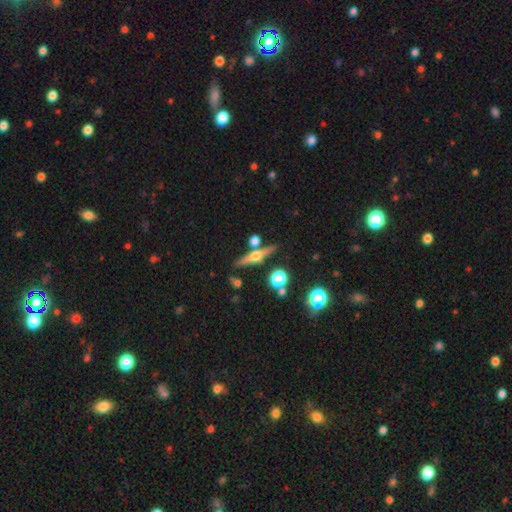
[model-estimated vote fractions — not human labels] The model was most divided on "smooth or featured": featured or disk: 72%, smooth: 20%, star or artifact: 8%. More confident: edge-on disk — yes (96%); edge-on bulge — rounded (94%); merging — none (78%).